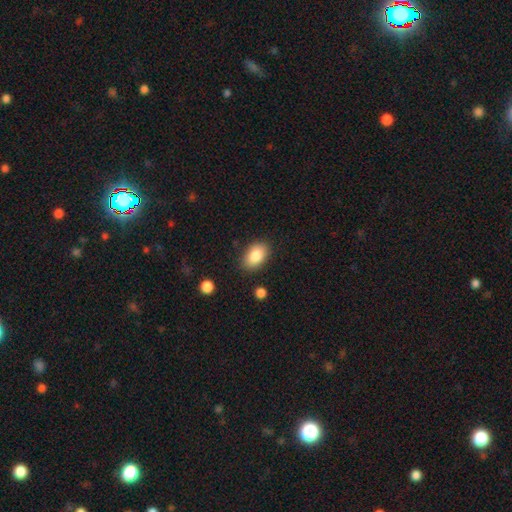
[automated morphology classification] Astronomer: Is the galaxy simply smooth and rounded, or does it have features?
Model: smooth — 85%.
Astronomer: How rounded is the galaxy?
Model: in between — 89%.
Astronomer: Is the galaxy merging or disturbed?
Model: none — 85%.